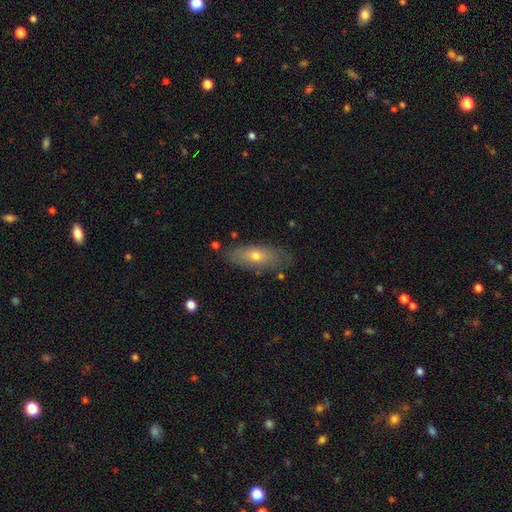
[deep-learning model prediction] smooth 55%, featured or disk 37%, star or artifact 8%. Down the decision tree: how rounded — in between (69%); merging — none (77%).